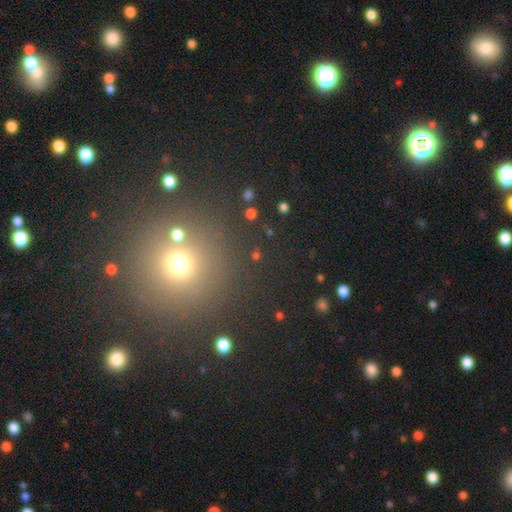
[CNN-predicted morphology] Smooth or featured?
  - smooth: 53% *
  - star or artifact: 38%
  - featured or disk: 9%
How rounded?
  - round: 89% *
  - in between: 9%
  - cigar-shaped: 2%
Merging?
  - none: 84% *
  - minor disturbance: 7%
  - merger: 6%
  - major disturbance: 4%